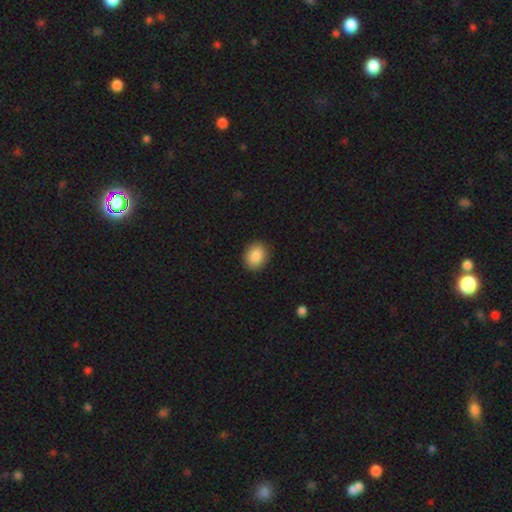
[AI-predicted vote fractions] The model was most divided on "how rounded": in between: 51%, round: 48%, cigar-shaped: 1%. More confident: merging — none (89%); smooth or featured — smooth (87%).